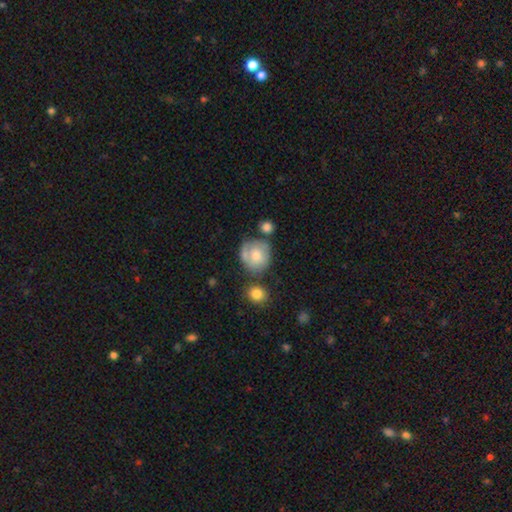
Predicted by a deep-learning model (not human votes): smooth_or_featured: smooth (p=0.61) [alt: featured or disk p=0.32]
how_rounded: round (p=0.81) [alt: in between p=0.18]
merging: none (p=0.51) [alt: minor disturbance p=0.23]